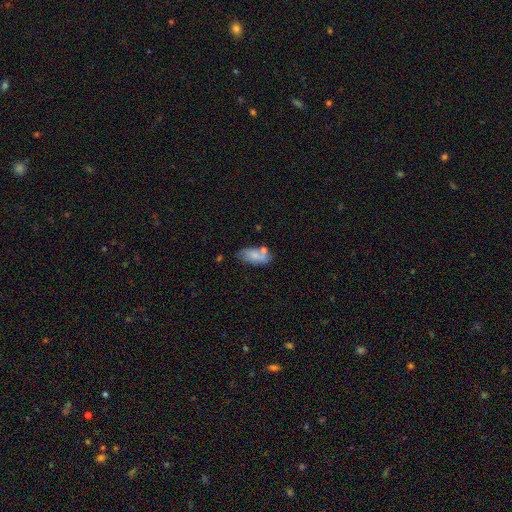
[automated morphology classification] This appears to be a smooth galaxy with no disk features (70%) that is in between round and cigar-shaped (91%). Merging: none (50%).